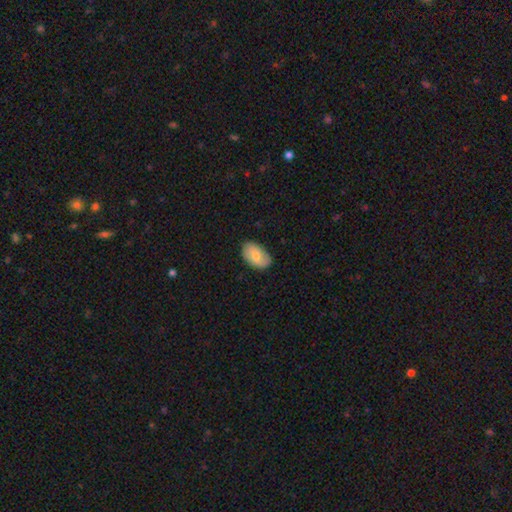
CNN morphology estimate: A smooth galaxy with no disk features (72%) that is in between round and cigar-shaped (91%).

Vote fractions:
- Smooth or featured? smooth: 72% / featured or disk: 22% / star or artifact: 6%
- How rounded? in between: 91% / round: 8% / cigar-shaped: 1%
- Merging? none: 79% / minor disturbance: 16% / major disturbance: 3% / merger: 1%